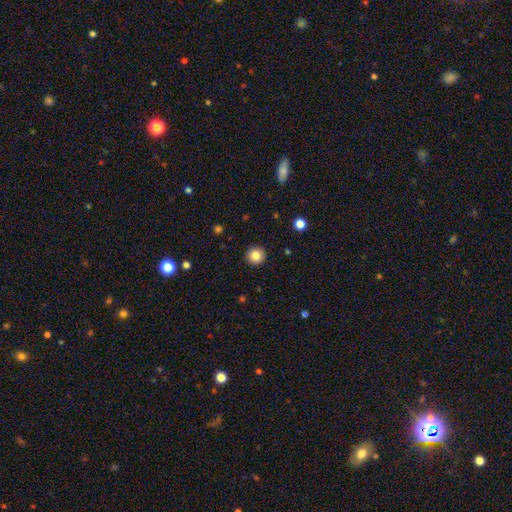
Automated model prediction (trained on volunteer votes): Morphology: type=smooth (83%); roundness=round (96%); merging=none (93%).